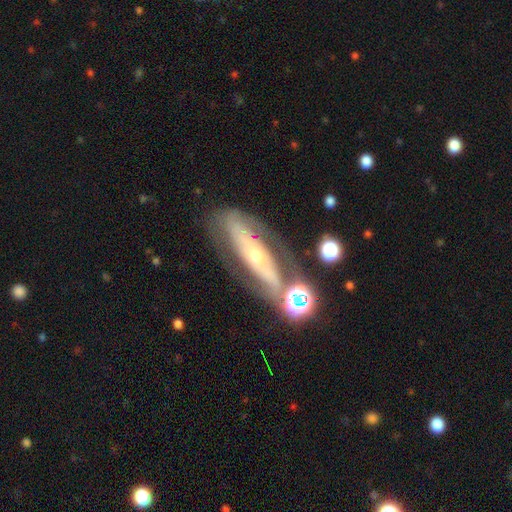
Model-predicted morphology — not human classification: Smooth or featured: featured or disk — 69% (smooth — 21%)
Edge-on disk: no — 74% (yes — 26%)
Bar: no — 61% (strong — 22%)
Spiral arms: yes — 57% (no — 43%)
Bulge size: small — 55% (moderate — 38%)
Merging: none — 58% (minor disturbance — 18%)